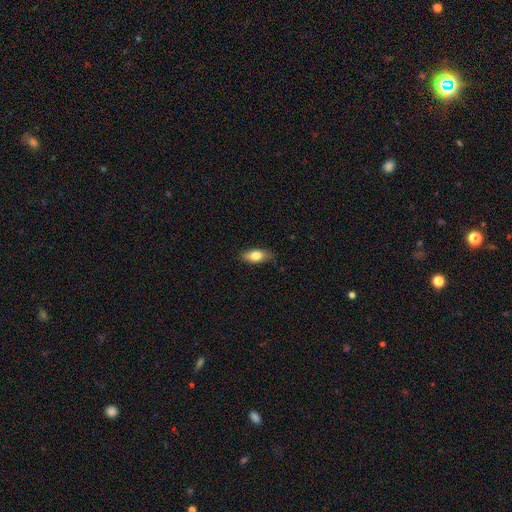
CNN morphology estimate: Smooth or featured? Predicted: smooth (p=0.77). How rounded? Predicted: in between (p=0.81). Merging? Predicted: none (p=0.79).